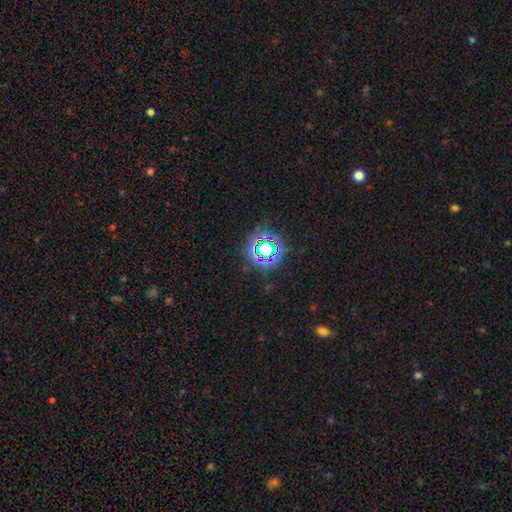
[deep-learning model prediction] Q: Smooth or featured?
A: star or artifact (76%); runner-up: smooth (16%)